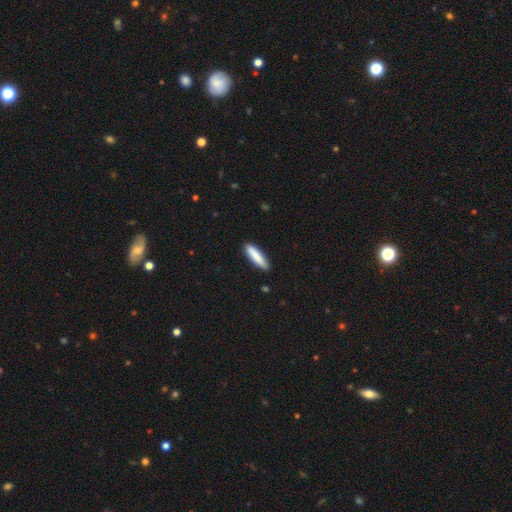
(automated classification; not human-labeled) Overall: smooth (87%). How rounded: cigar-shaped (76%). Merging: none (89%).